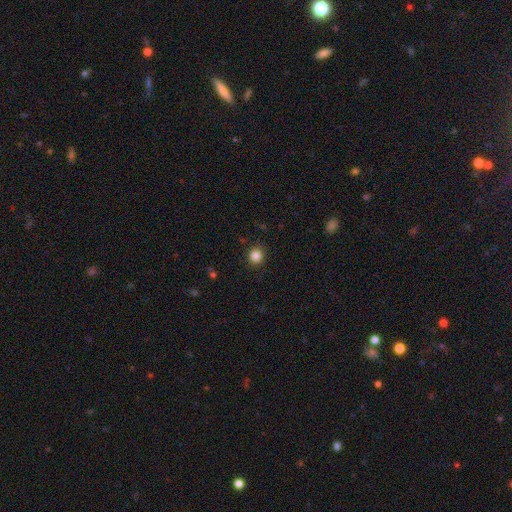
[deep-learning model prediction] A smooth galaxy with no disk features (86%) that is round (89%).

Vote fractions:
- Smooth or featured? smooth: 86% / star or artifact: 11% / featured or disk: 3%
- How rounded? round: 89% / in between: 11% / cigar-shaped: 1%
- Merging? none: 90% / minor disturbance: 6% / major disturbance: 2% / merger: 1%